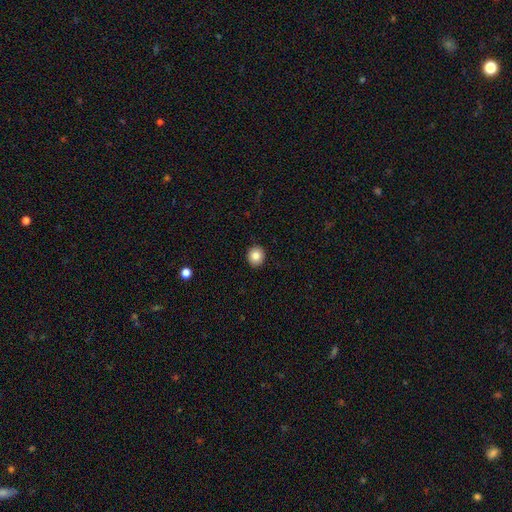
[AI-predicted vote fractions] Overall: smooth (86%). How rounded: round (85%). Merging: none (92%).